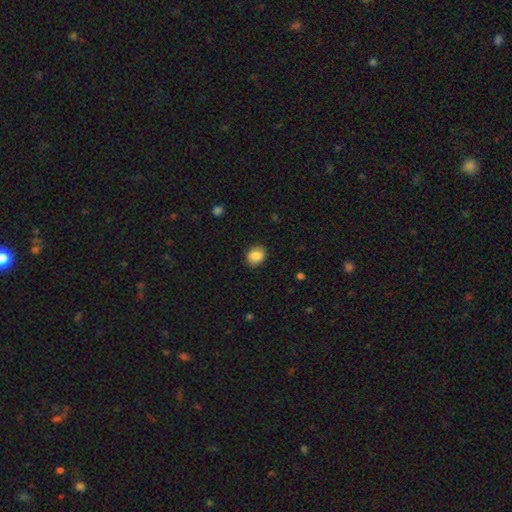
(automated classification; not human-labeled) Smooth or featured? smooth (86%)
How rounded? in between (54%)
Merging? none (86%)